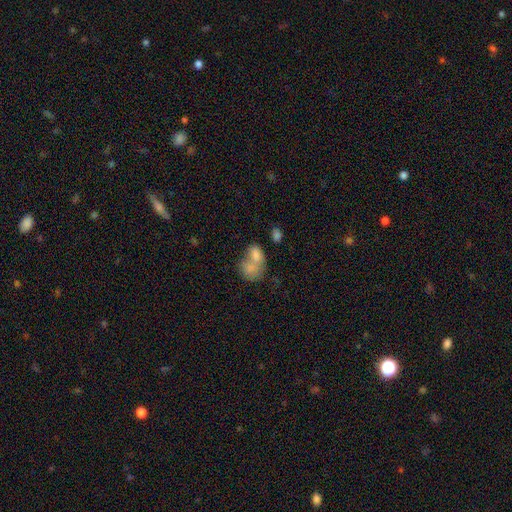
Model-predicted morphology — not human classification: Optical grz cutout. It shows a smooth galaxy with no disk features (74%) that is in between round and cigar-shaped (73%). Merging: merger (65%).